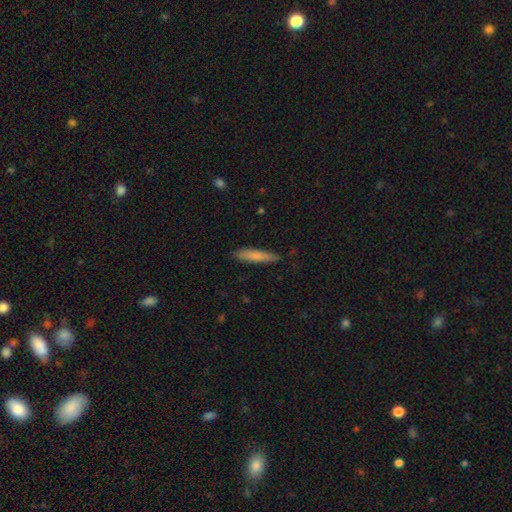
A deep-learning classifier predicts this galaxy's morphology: smooth_or_featured: smooth (p=0.77) [alt: featured or disk p=0.17]
how_rounded: cigar-shaped (p=0.89) [alt: in between p=0.10]
merging: none (p=0.84) [alt: minor disturbance p=0.13]